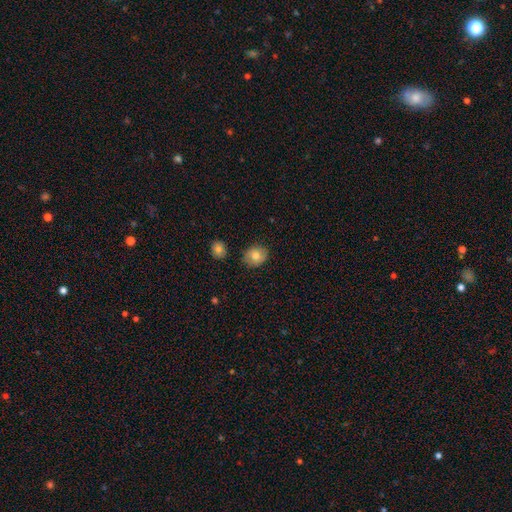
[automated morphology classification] type=smooth (79%); roundness=round (64%); merging=none (84%).